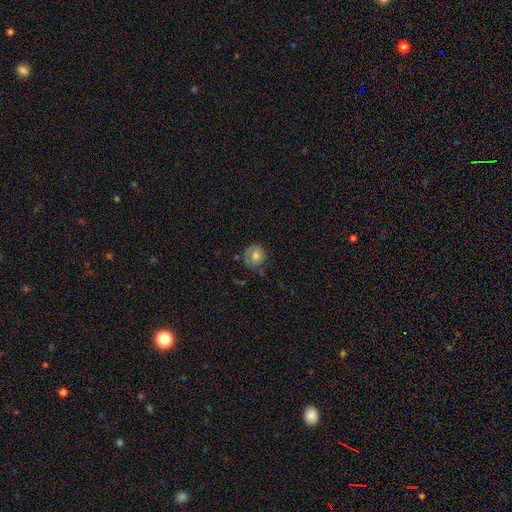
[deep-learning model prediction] smooth_or_featured: smooth (p=0.67) [alt: featured or disk p=0.24]
how_rounded: round (p=0.86) [alt: in between p=0.13]
merging: none (p=0.66) [alt: minor disturbance p=0.23]